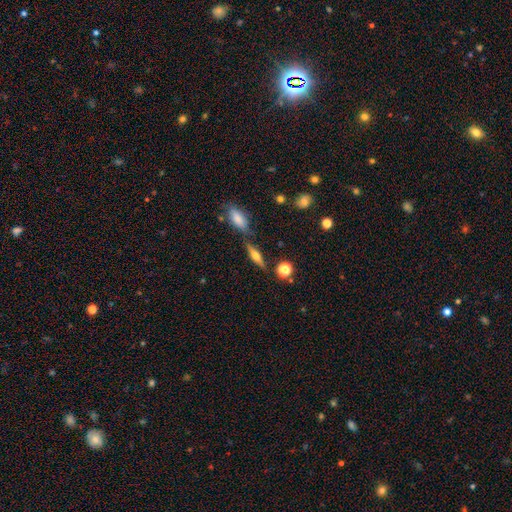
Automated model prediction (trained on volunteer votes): Smooth or featured: featured or disk — 50% (smooth — 41%)
Edge-on disk: yes — 92% (no — 8%)
Merging: none — 75% (minor disturbance — 12%)